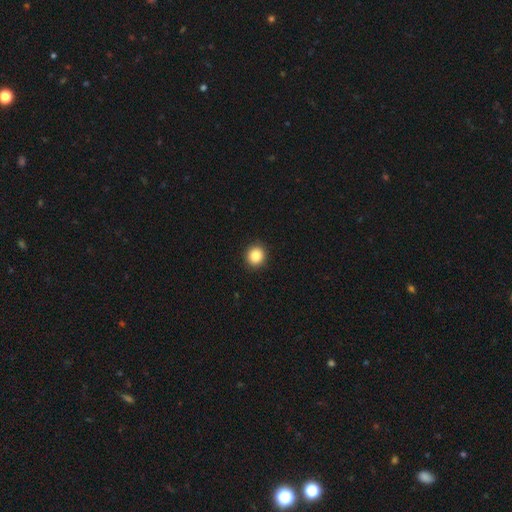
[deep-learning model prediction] smooth_or_featured: smooth (p=0.87) [alt: star or artifact p=0.09]
how_rounded: round (p=0.87) [alt: in between p=0.12]
merging: none (p=0.92) [alt: minor disturbance p=0.05]